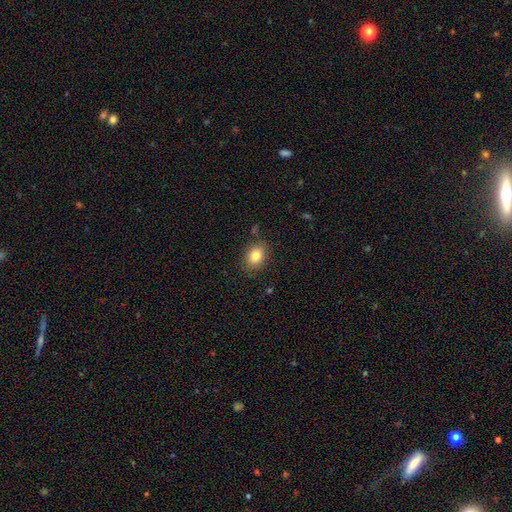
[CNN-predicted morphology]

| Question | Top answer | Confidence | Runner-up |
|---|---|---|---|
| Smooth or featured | smooth | 82% | star or artifact (9%) |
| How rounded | in between | 69% | round (30%) |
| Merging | none | 83% | minor disturbance (12%) |